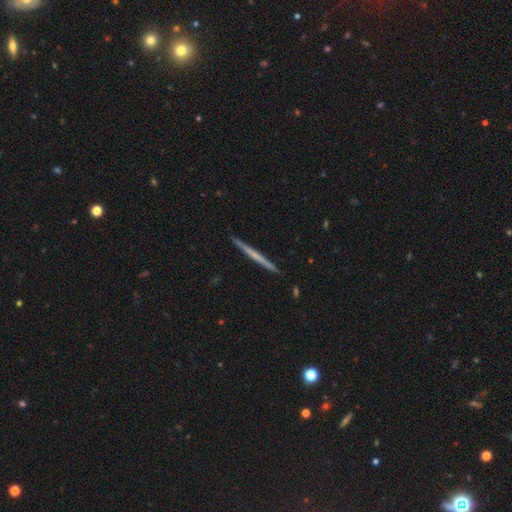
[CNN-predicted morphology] This is possibly a featured or disk galaxy (53%). It is clearly viewed edge-on (98%). Edge-on bulge: clearly none (87%). Merging: clearly none (92%).